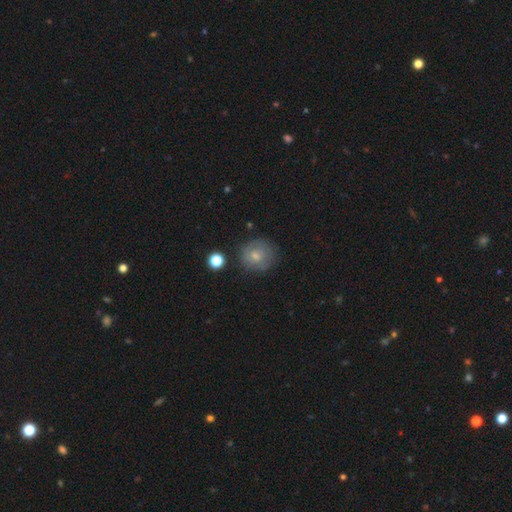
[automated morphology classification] Smooth or featured?
  - smooth: 67% *
  - featured or disk: 23%
  - star or artifact: 10%
How rounded?
  - round: 84% *
  - in between: 15%
  - cigar-shaped: 1%
Merging?
  - none: 74% *
  - minor disturbance: 17%
  - major disturbance: 6%
  - merger: 3%